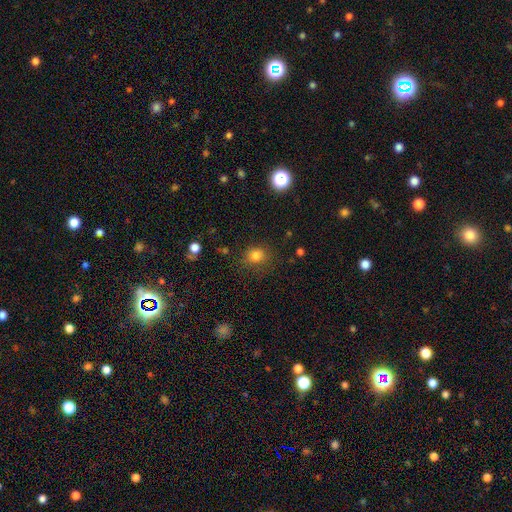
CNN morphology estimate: smooth_or_featured: smooth (p=0.79) [alt: star or artifact p=0.14]
how_rounded: round (p=0.71) [alt: in between p=0.28]
merging: none (p=0.76) [alt: minor disturbance p=0.16]